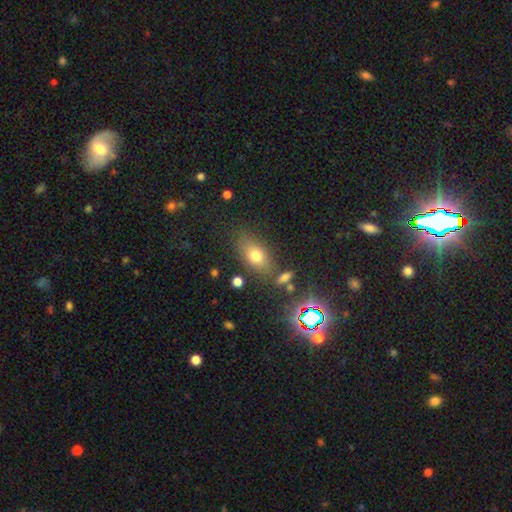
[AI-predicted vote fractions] smooth-or-featured: smooth: 70% | star or artifact: 15% | featured or disk: 15%
  how-rounded: in between: 78% | round: 14% | cigar-shaped: 7%
  merging: none: 75% | minor disturbance: 14% | merger: 6% | major disturbance: 5%